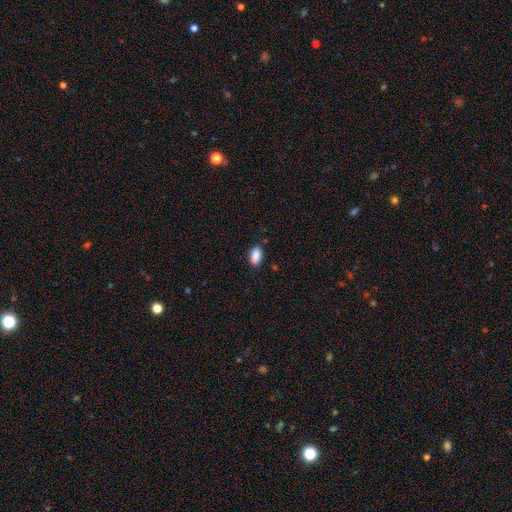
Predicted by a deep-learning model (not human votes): Smooth or featured? smooth (88%)
How rounded? in between (91%)
Merging? none (80%)